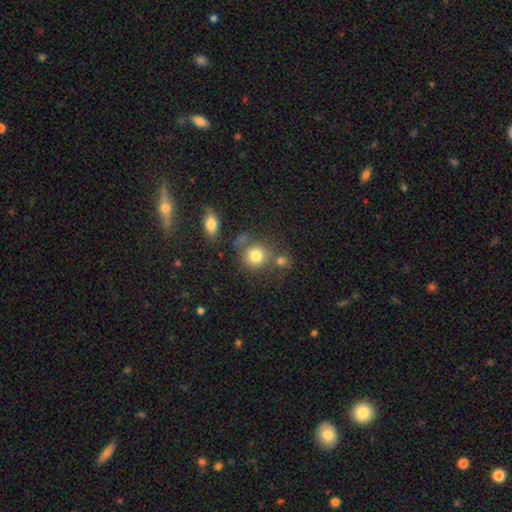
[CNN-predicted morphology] Overall: smooth (80%). How rounded: round (82%). Merging: none (59%; merger 23%).